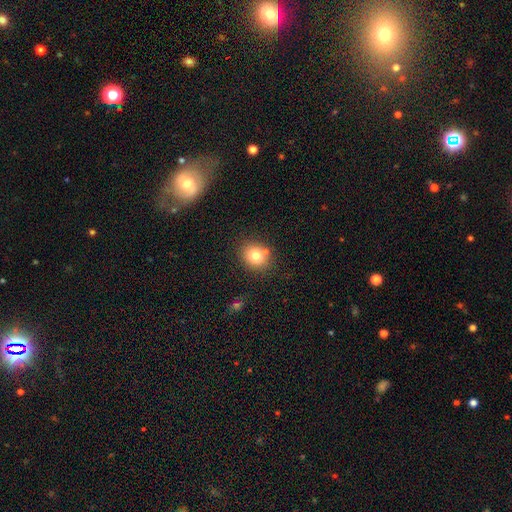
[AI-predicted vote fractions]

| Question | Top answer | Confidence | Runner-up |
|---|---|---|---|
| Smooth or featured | smooth | 79% | star or artifact (11%) |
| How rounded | round | 72% | in between (27%) |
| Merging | none | 78% | minor disturbance (11%) |